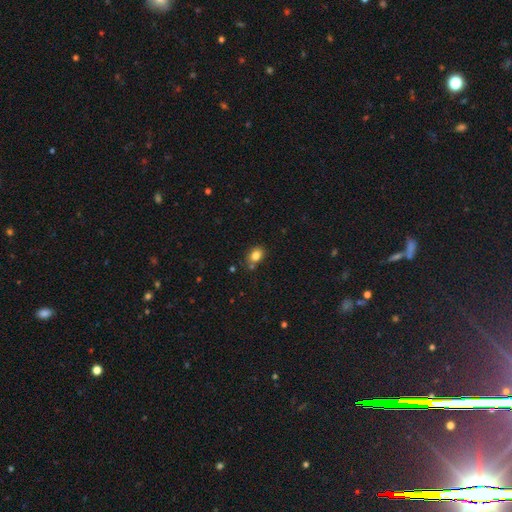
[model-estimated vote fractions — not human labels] A smooth galaxy with no disk features (83%) that is in between round and cigar-shaped (63%).

Vote fractions:
- Smooth or featured? smooth: 83% / star or artifact: 11% / featured or disk: 6%
- How rounded? in between: 63% / round: 36% / cigar-shaped: 1%
- Merging? none: 70% / minor disturbance: 16% / merger: 10% / major disturbance: 4%